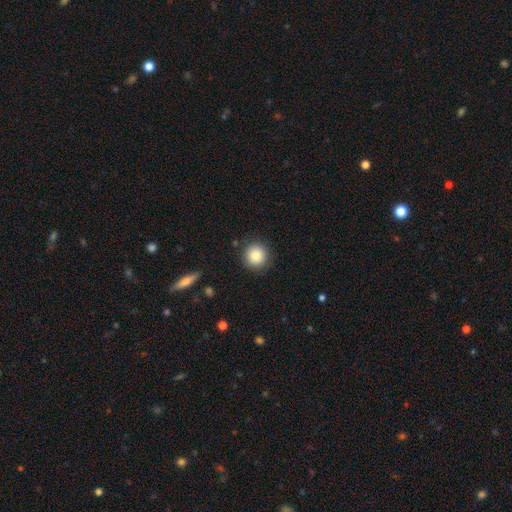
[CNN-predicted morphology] A smooth galaxy with no disk features (82%) that is round (94%).

Vote fractions:
- Smooth or featured? smooth: 82% / star or artifact: 10% / featured or disk: 8%
- How rounded? round: 94% / in between: 5% / cigar-shaped: 1%
- Merging? none: 88% / minor disturbance: 8% / major disturbance: 2% / merger: 1%